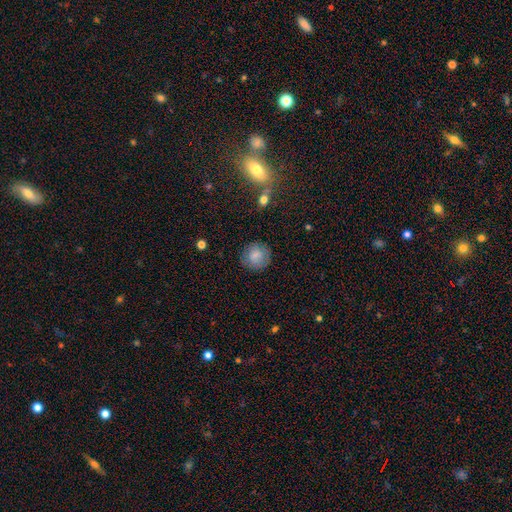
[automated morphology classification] Smooth or featured: smooth — 79% (featured or disk — 12%)
How rounded: round — 90% (in between — 9%)
Merging: none — 82% (minor disturbance — 13%)